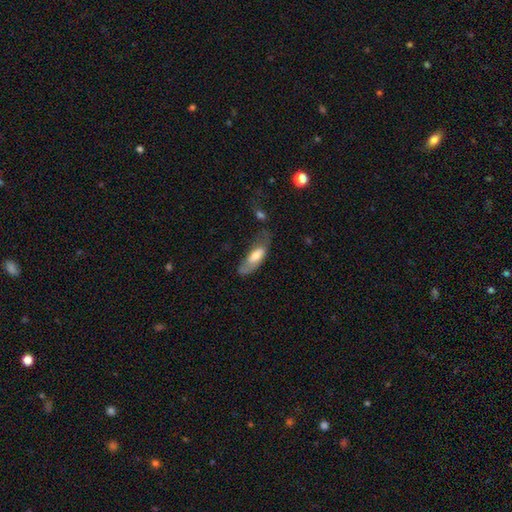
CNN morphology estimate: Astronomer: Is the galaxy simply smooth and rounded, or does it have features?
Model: smooth — 62%.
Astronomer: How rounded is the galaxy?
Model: in between — 65%.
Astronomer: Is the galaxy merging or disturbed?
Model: none — 40% (runner-up: minor disturbance, 30%).